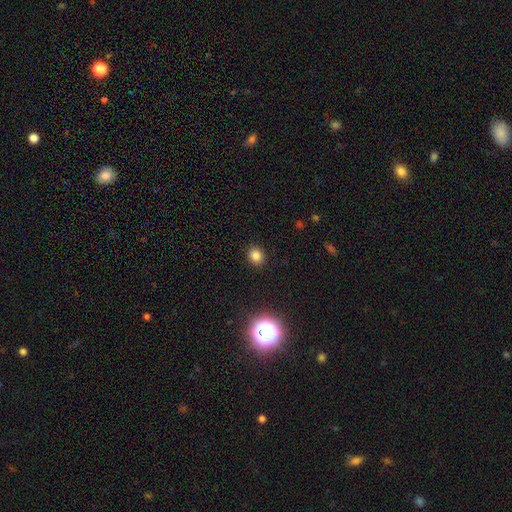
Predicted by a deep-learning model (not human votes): Smooth or featured? Predicted: smooth (p=0.81). How rounded? Predicted: round (p=0.69). Merging? Predicted: none (p=0.90).